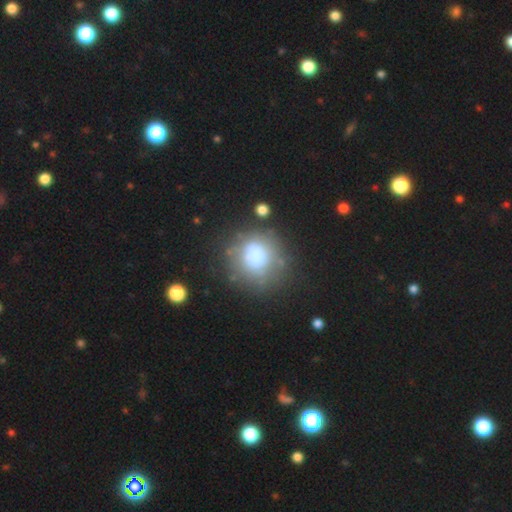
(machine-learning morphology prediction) Smooth or featured?
  - smooth: 67% *
  - featured or disk: 20%
  - star or artifact: 13%
How rounded?
  - round: 83% *
  - in between: 16%
  - cigar-shaped: 1%
Merging?
  - none: 59% *
  - minor disturbance: 19%
  - major disturbance: 14%
  - merger: 8%